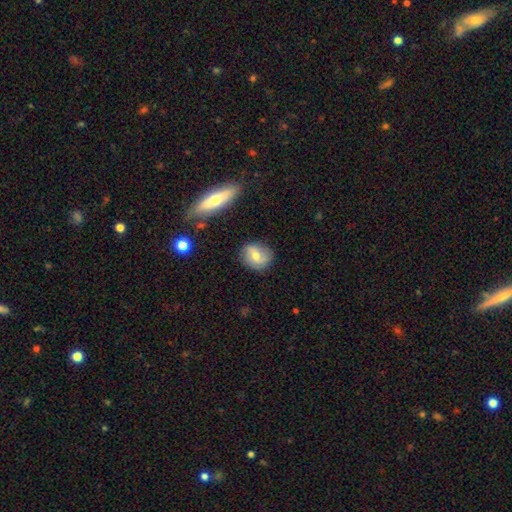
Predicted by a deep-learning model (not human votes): Smooth or featured? Predicted: smooth (p=0.56). How rounded? Predicted: round (p=0.60). Merging? Predicted: none (p=0.81).